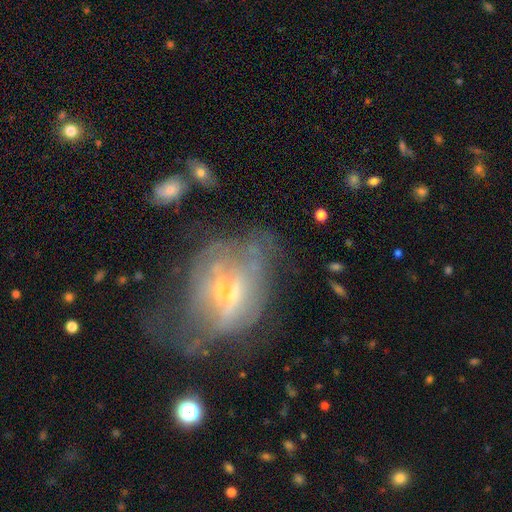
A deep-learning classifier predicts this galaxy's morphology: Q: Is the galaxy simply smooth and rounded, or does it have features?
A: featured or disk — 58%.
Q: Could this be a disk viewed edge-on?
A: no — 94%.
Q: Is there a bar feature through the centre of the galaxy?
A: no — 59%.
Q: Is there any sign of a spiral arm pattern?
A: no — 67%.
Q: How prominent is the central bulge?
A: moderate — 43%.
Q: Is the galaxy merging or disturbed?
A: major disturbance — 36%.